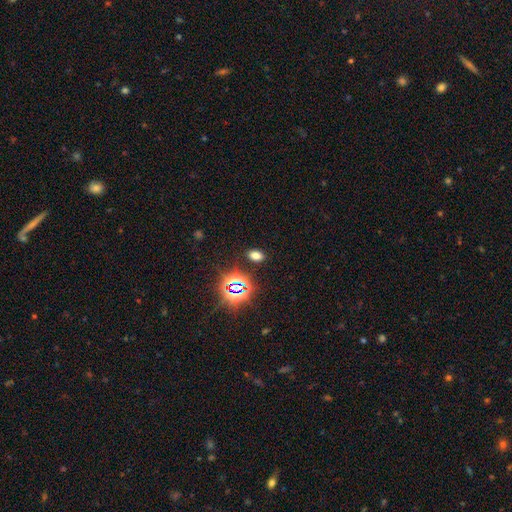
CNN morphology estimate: Smooth or featured? Predicted: smooth (p=0.64). How rounded? Predicted: in between (p=0.86). Merging? Predicted: none (p=0.87).